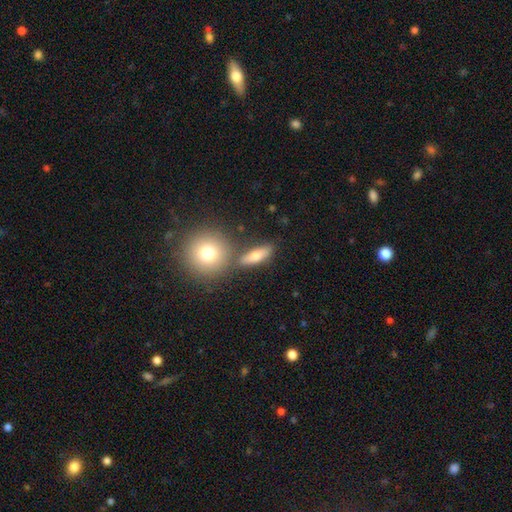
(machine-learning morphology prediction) smooth-or-featured: smooth: 70% | featured or disk: 21% | star or artifact: 9%
  how-rounded: in between: 51% | cigar-shaped: 33% | round: 17%
  merging: none: 71% | merger: 14% | minor disturbance: 11% | major disturbance: 4%